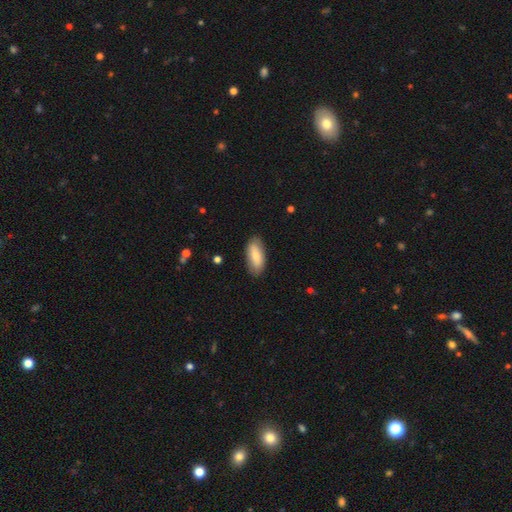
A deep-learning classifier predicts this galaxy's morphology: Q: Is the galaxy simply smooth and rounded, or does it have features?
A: smooth — 75%.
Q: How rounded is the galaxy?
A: in between — 86%.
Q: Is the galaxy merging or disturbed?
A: none — 83%.